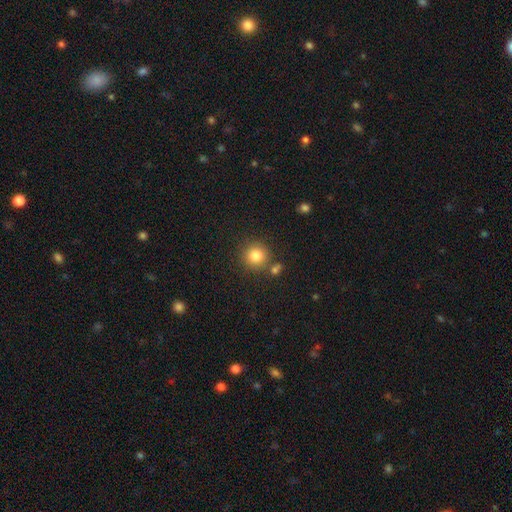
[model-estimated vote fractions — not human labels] Smooth or featured? smooth (83%)
How rounded? round (92%)
Merging? none (78%)